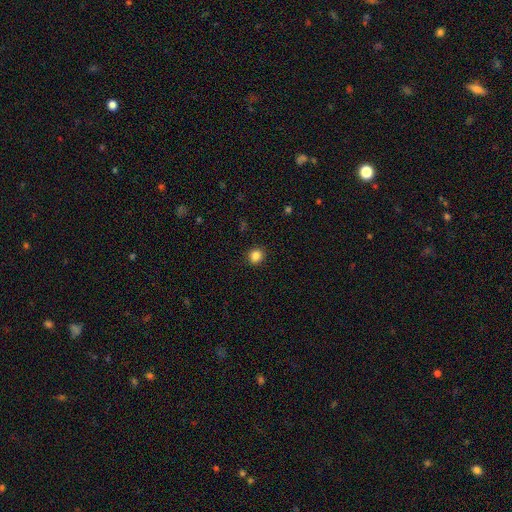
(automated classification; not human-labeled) smooth 86%, star or artifact 11%, featured or disk 3%. Down the decision tree: how rounded — round (87%); merging — none (91%).